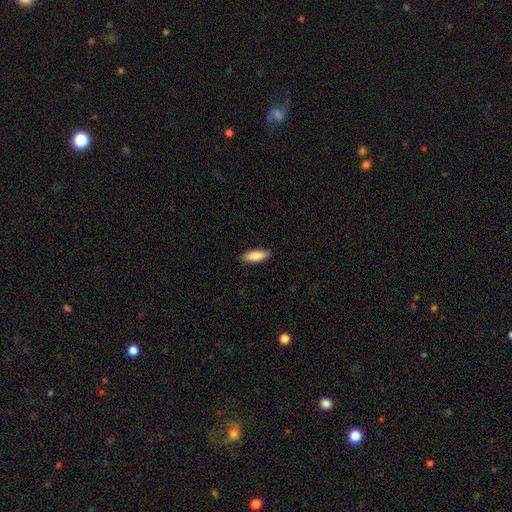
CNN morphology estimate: smooth 87%, featured or disk 7%, star or artifact 6%. Down the decision tree: how rounded — in between (69%); merging — none (88%).